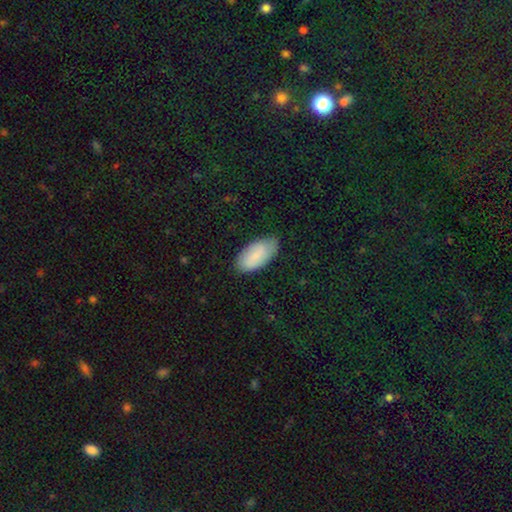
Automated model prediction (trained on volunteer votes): Smooth or featured? Predicted: smooth (p=0.82). How rounded? Predicted: in between (p=0.94). Merging? Predicted: none (p=0.74).